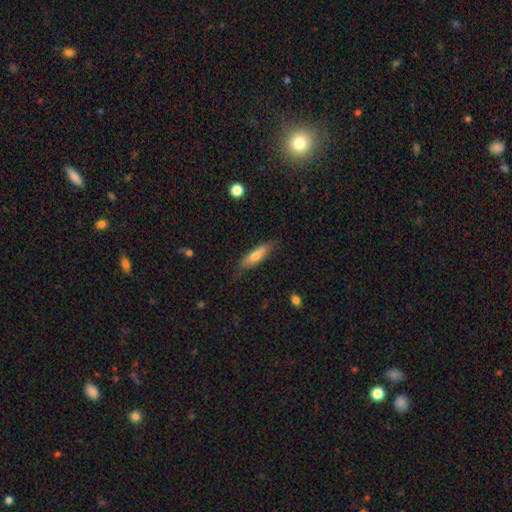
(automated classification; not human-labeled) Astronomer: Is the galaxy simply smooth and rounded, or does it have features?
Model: smooth — 67%.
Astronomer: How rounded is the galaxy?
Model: cigar-shaped — 64%.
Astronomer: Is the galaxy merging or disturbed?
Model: none — 79%.